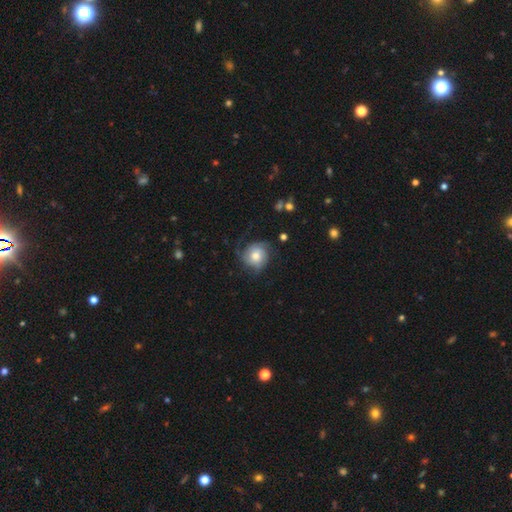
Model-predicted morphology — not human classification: The model was most divided on "spiral arm count": 3: 36%, can't tell: 23%, 2: 19%, 4: 11%, 1: 6%, more than 4: 5%. More confident: edge-on disk — no (98%); spiral arms — yes (93%); bar — no (76%); smooth or featured — featured or disk (68%); merging — none (67%); bulge size — moderate (65%); spiral winding — tight (53%).